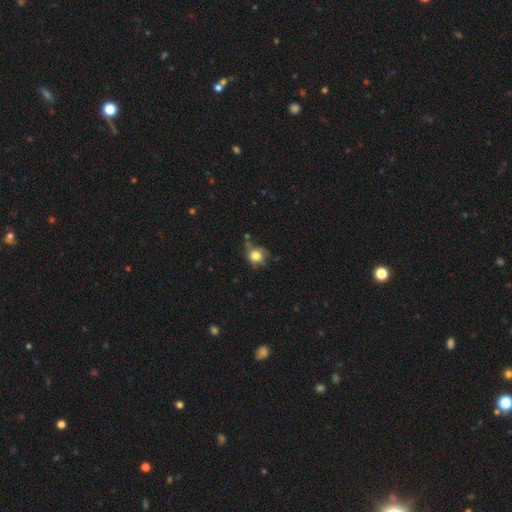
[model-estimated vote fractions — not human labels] Q: Smooth or featured?
A: smooth (72%); runner-up: featured or disk (16%)
Q: How rounded?
A: round (72%); runner-up: in between (26%)
Q: Merging?
A: none (46%); runner-up: minor disturbance (29%)